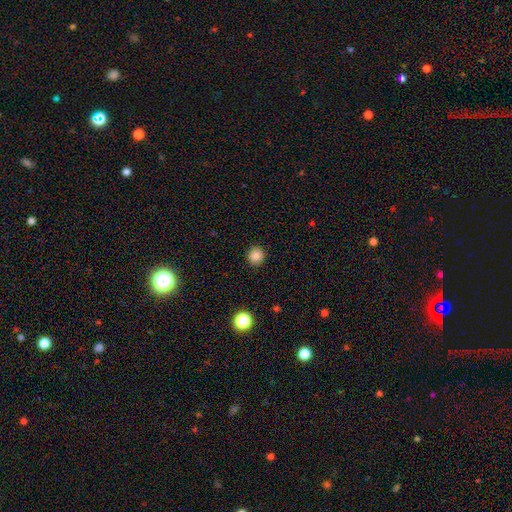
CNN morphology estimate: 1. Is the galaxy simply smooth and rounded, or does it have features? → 85% smooth, 11% star or artifact, 3% featured or disk.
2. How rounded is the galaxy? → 89% round, 10% in between, 1% cigar-shaped.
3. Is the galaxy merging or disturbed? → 90% none, 7% minor disturbance, 2% major disturbance, 1% merger.